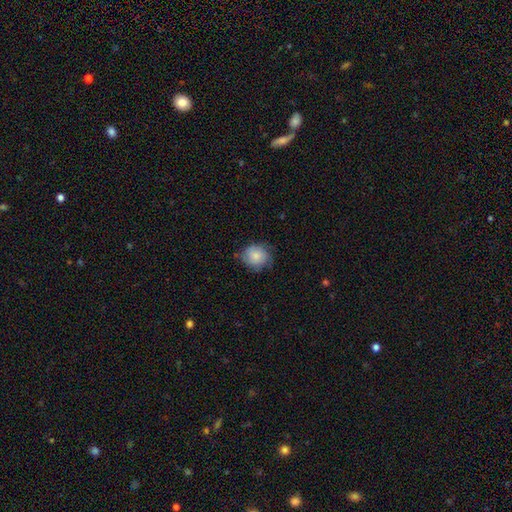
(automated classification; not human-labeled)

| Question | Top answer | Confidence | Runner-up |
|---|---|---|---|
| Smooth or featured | smooth | 78% | featured or disk (15%) |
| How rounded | round | 79% | in between (20%) |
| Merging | none | 67% | minor disturbance (26%) |